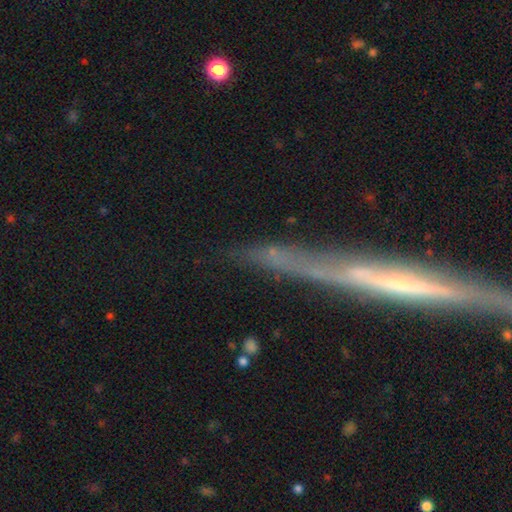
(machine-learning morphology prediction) This is marginally a featured or disk galaxy (41%). Merging: possibly none (59%).